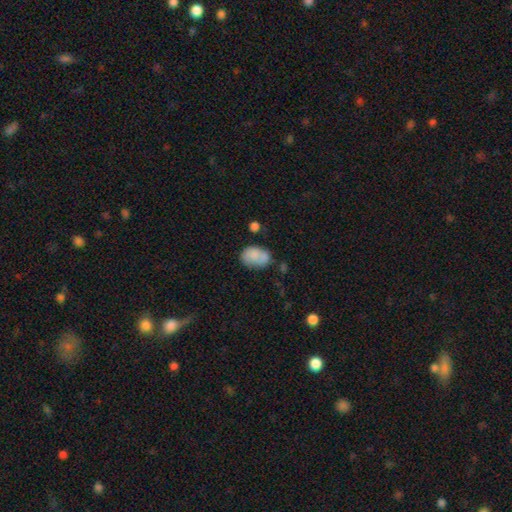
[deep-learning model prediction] Smooth or featured?
  - smooth: 76% *
  - featured or disk: 16%
  - star or artifact: 8%
How rounded?
  - in between: 81% *
  - round: 18%
  - cigar-shaped: 1%
Merging?
  - none: 53% *
  - minor disturbance: 26%
  - merger: 12%
  - major disturbance: 8%